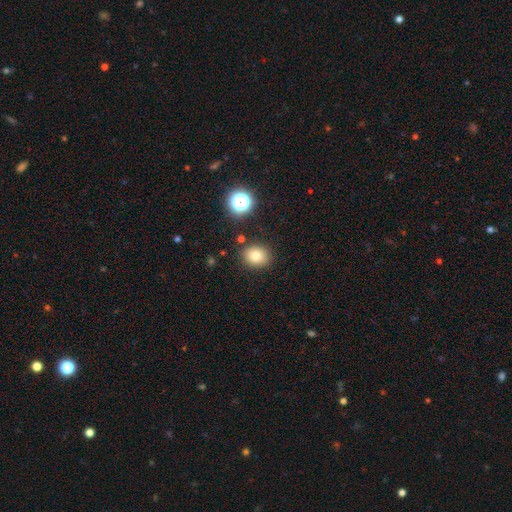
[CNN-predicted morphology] Q: Smooth or featured?
A: smooth (79%); runner-up: star or artifact (13%)
Q: How rounded?
A: round (60%); runner-up: in between (39%)
Q: Merging?
A: none (84%); runner-up: minor disturbance (10%)